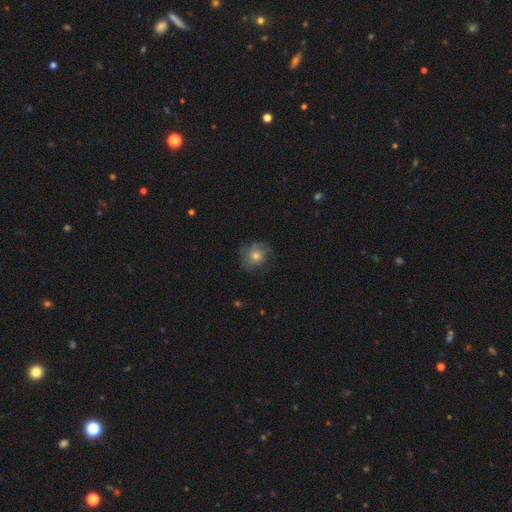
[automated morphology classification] Smooth or featured: smooth — 45% (featured or disk — 42%)
Merging: none — 71% (minor disturbance — 19%)